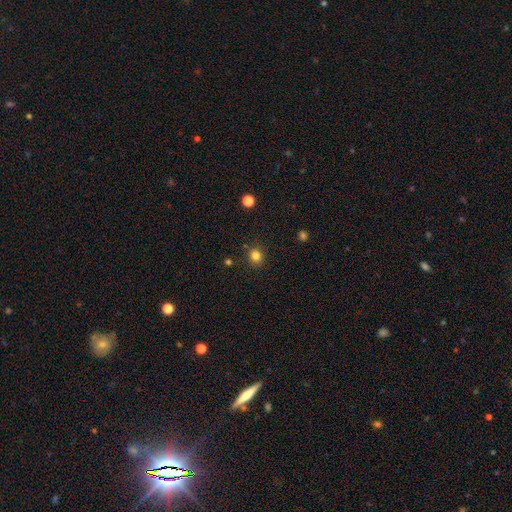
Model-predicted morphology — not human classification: This appears to be a smooth galaxy with no disk features (81%) that is round (79%). Merging: none (86%).